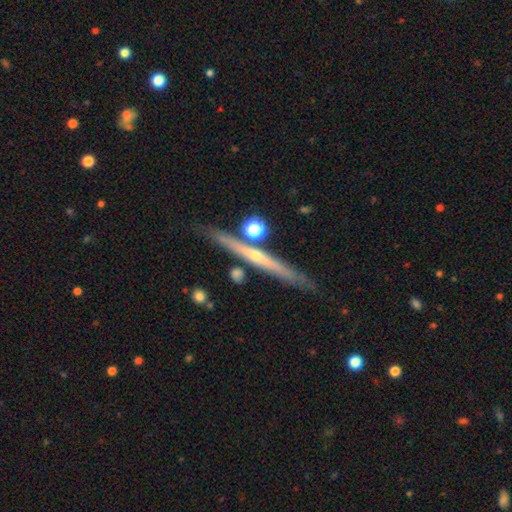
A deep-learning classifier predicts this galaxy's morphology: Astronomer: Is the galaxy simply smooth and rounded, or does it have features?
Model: featured or disk — 67%.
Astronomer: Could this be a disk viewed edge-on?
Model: yes — 95%.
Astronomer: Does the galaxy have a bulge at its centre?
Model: rounded — 58% (runner-up: none, 37%).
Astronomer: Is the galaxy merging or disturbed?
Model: none — 81%.